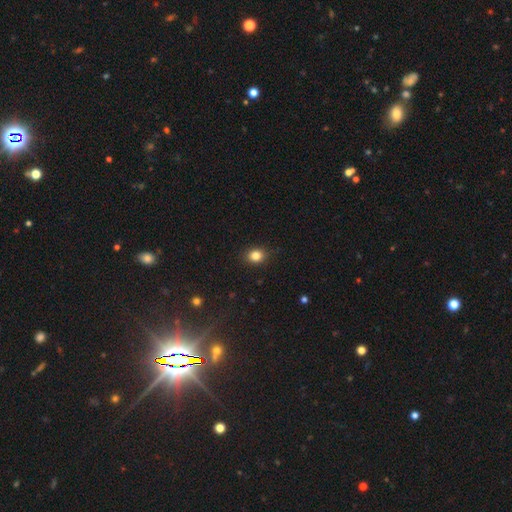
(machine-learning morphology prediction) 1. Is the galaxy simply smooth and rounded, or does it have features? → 84% smooth, 11% star or artifact, 5% featured or disk.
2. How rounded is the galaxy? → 61% round, 38% in between, 1% cigar-shaped.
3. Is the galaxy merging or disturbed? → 88% none, 9% minor disturbance, 2% major disturbance, 1% merger.